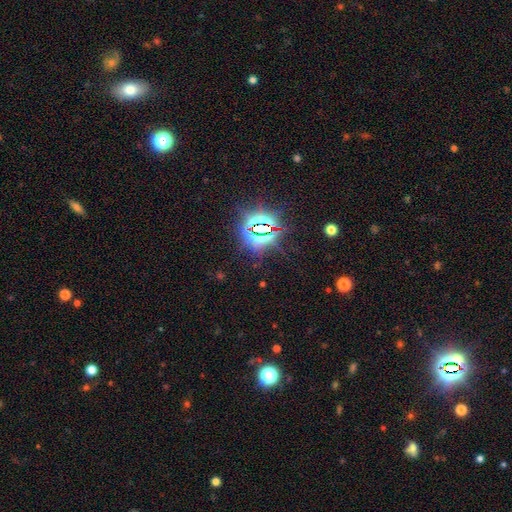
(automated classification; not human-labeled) A star or artifact, not a galaxy (79%).

Vote fractions:
- Smooth or featured? star or artifact: 79% / smooth: 14% / featured or disk: 7%